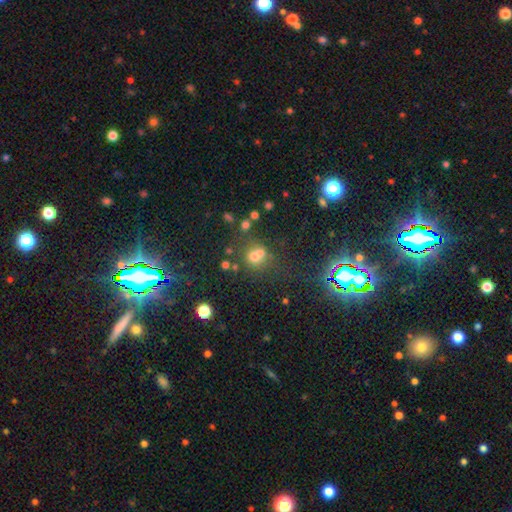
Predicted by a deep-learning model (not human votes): Smooth or featured?
  - smooth: 61% *
  - star or artifact: 23%
  - featured or disk: 16%
How rounded?
  - round: 80% *
  - in between: 19%
  - cigar-shaped: 1%
Merging?
  - merger: 45% *
  - none: 41%
  - minor disturbance: 8%
  - major disturbance: 5%